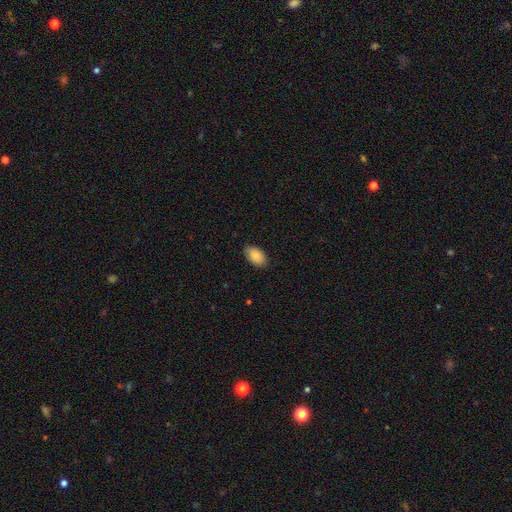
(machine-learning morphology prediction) Smooth or featured? Predicted: smooth (p=0.86). How rounded? Predicted: in between (p=0.93). Merging? Predicted: none (p=0.84).